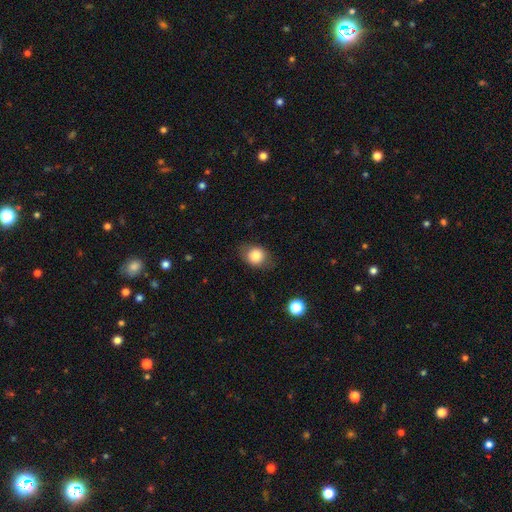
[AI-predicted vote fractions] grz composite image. It shows a smooth galaxy with no disk features (81%) that is round (65%). Merging: none (77%).